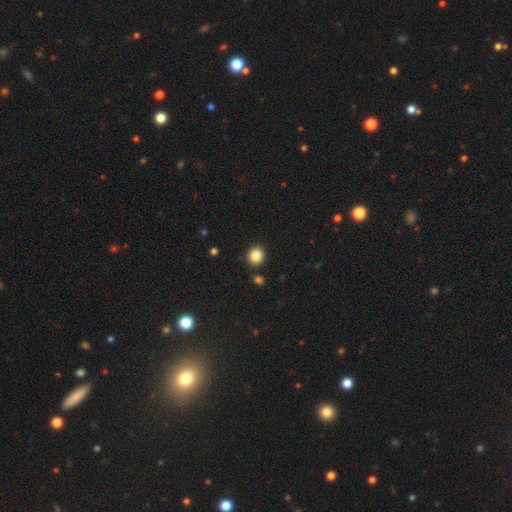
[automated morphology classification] The model was most divided on "how rounded": round: 77%, in between: 22%, cigar-shaped: 1%. More confident: merging — none (88%); smooth or featured — smooth (85%).